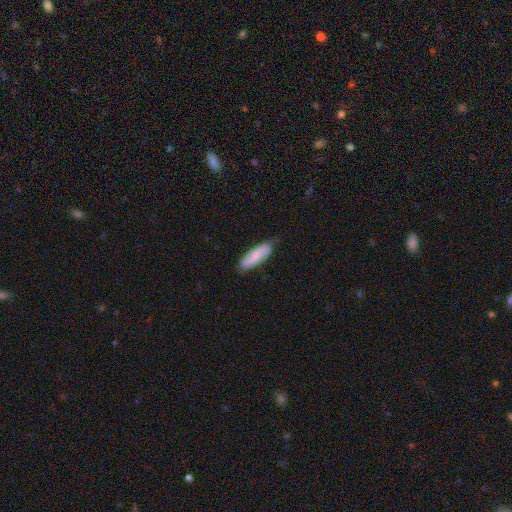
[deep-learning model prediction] Overall: smooth (57%; featured or disk 38%). How rounded: in between (53%; cigar-shaped 45%). Merging: none (79%).